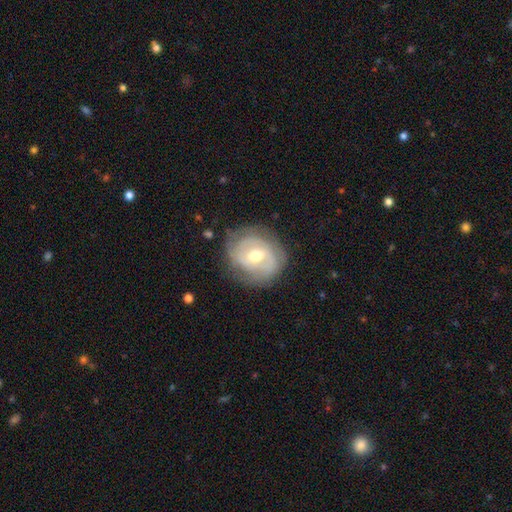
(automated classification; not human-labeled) featured or disk 76%, smooth 18%, star or artifact 6%. Down the decision tree: edge-on disk — no (97%); bar — weak (50%); spiral arms — yes (86%); spiral arm count — 2 (49%); spiral winding — tight (58%); bulge size — moderate (68%); merging — none (75%).